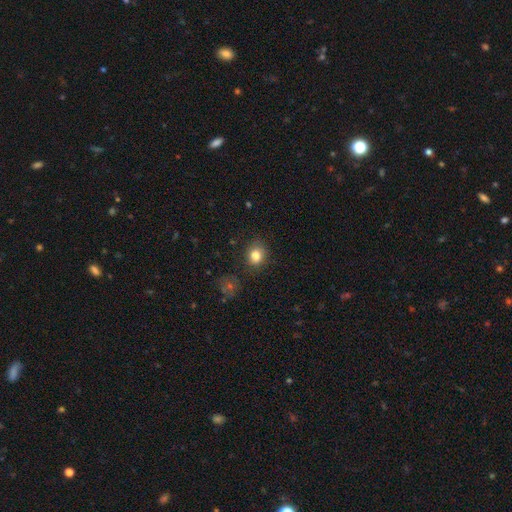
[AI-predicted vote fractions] Smooth or featured? Predicted: smooth (p=0.82). How rounded? Predicted: round (p=0.68). Merging? Predicted: none (p=0.84).